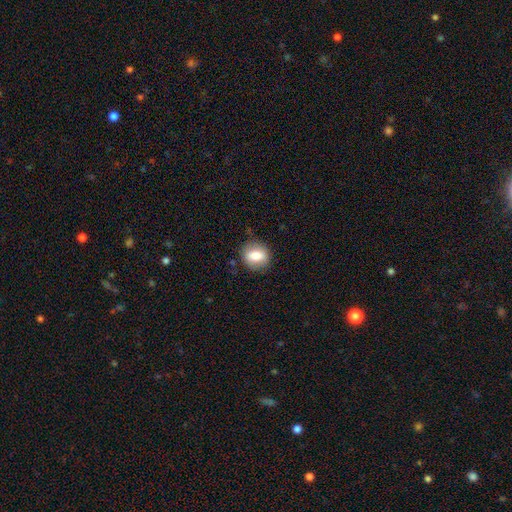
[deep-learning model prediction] Smooth or featured: smooth — 73% (featured or disk — 19%)
How rounded: round — 71% (in between — 28%)
Merging: none — 84% (minor disturbance — 11%)